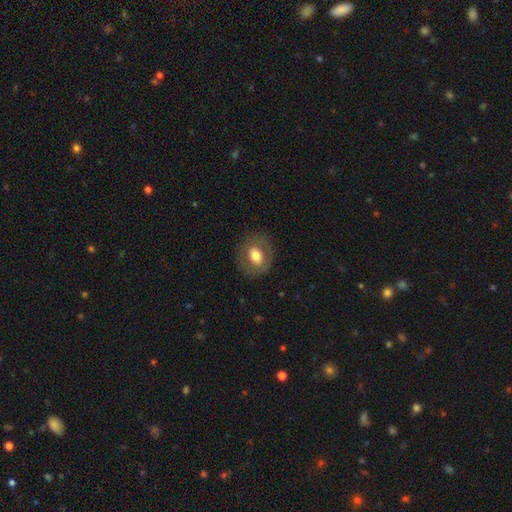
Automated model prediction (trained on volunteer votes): Q: Smooth or featured?
A: smooth (63%); runner-up: featured or disk (30%)
Q: How rounded?
A: round (51%); runner-up: in between (48%)
Q: Merging?
A: none (81%); runner-up: minor disturbance (12%)